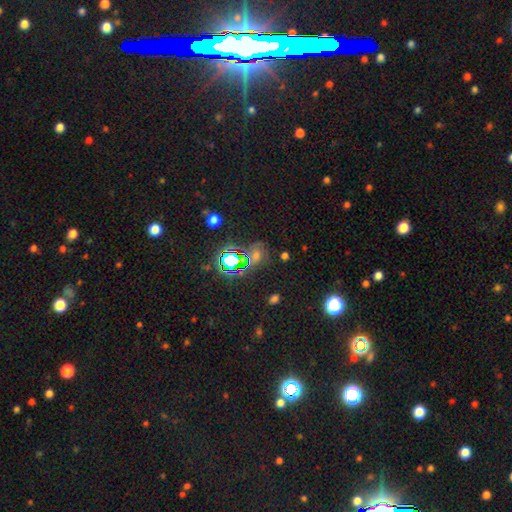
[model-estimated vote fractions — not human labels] star or artifact 70%, smooth 20%, featured or disk 10%.